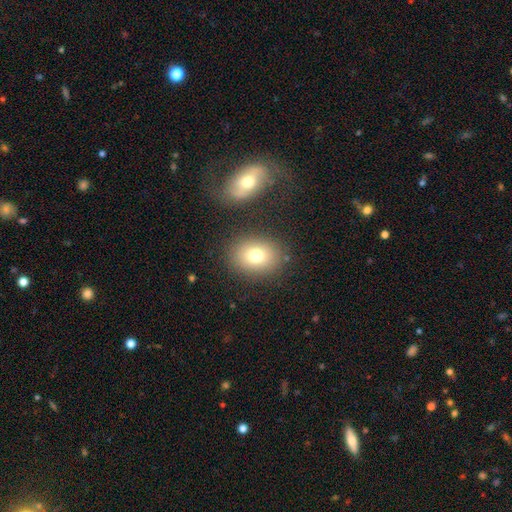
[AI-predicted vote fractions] Morphology: type=smooth (75%); roundness=in between (51%); merging=none (83%).